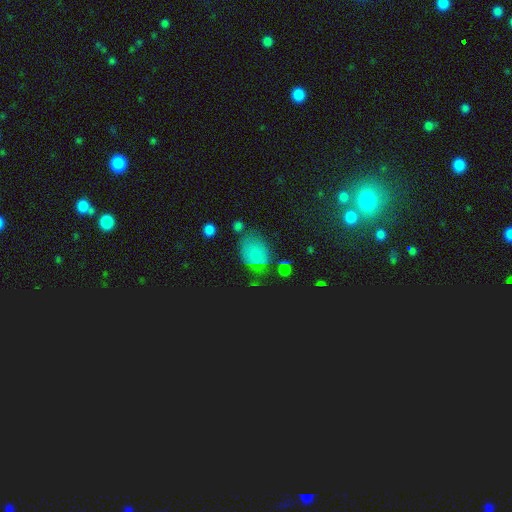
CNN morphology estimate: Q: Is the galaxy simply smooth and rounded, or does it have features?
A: smooth — 57%.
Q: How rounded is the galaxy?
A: in between — 57%.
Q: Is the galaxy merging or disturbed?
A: none — 55%.